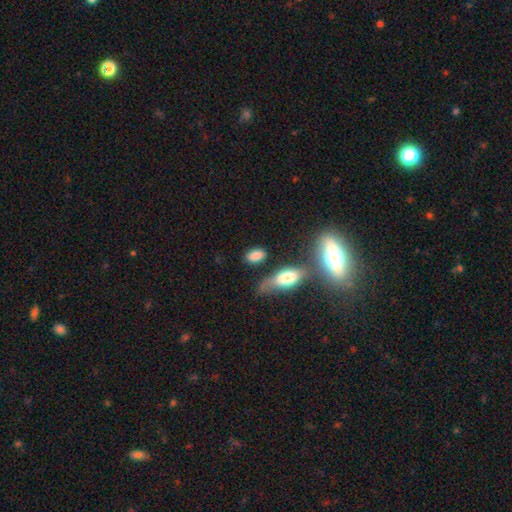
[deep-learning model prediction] This is clearly a smooth galaxy (82%). How rounded: clearly in between (86%). Merging: likely none (69%).